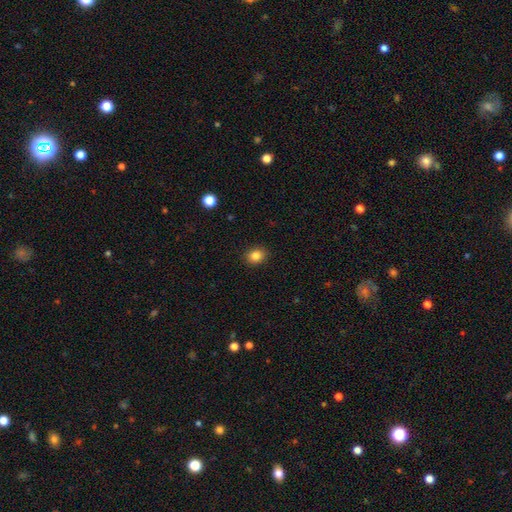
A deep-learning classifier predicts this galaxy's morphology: Overall: smooth (84%). How rounded: round (61%; in between 38%). Merging: none (90%).